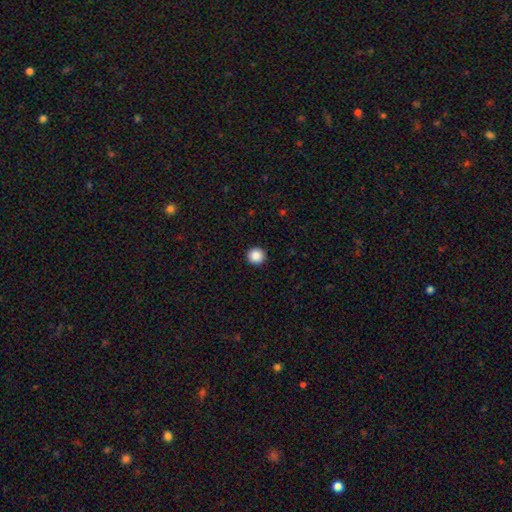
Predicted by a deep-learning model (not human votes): This appears to be a smooth galaxy with no disk features (88%) that is round (96%). Merging: none (94%).